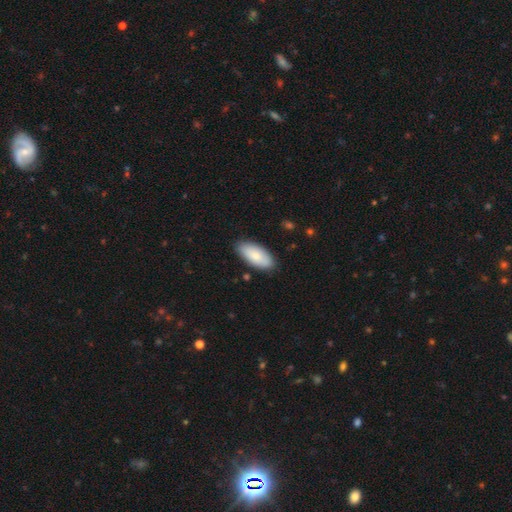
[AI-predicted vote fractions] Smooth or featured: smooth — 81% (featured or disk — 14%)
How rounded: in between — 92% (cigar-shaped — 6%)
Merging: none — 86% (minor disturbance — 11%)